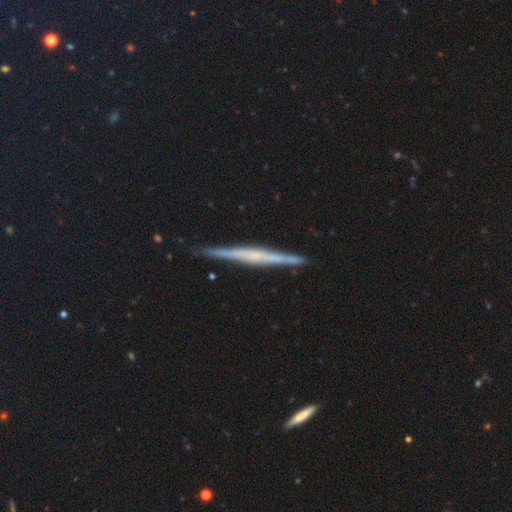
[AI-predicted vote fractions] featured or disk 71%, smooth 23%, star or artifact 6%. Down the decision tree: edge-on disk — yes (98%); edge-on bulge — none (58%); merging — none (88%).